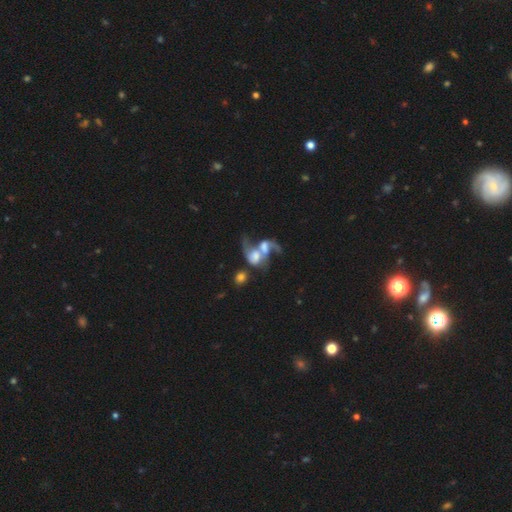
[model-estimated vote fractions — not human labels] featured or disk 62%, smooth 28%, star or artifact 10%. Down the decision tree: edge-on disk — no (96%); bar — no (63%); spiral arms — yes (70%); bulge size — moderate (30%); merging — merger (73%).